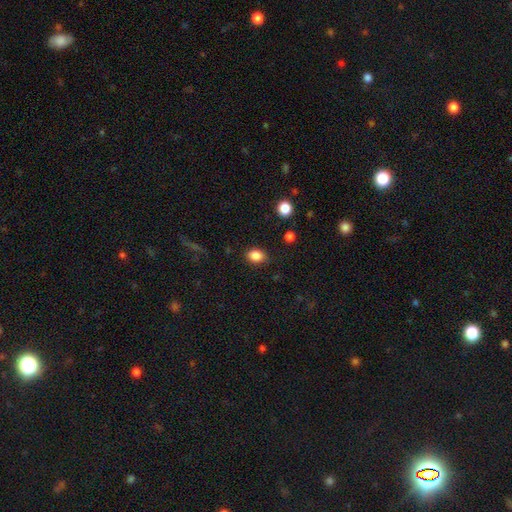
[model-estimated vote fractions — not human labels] Overall: smooth (85%). How rounded: in between (69%; round 30%). Merging: none (85%).